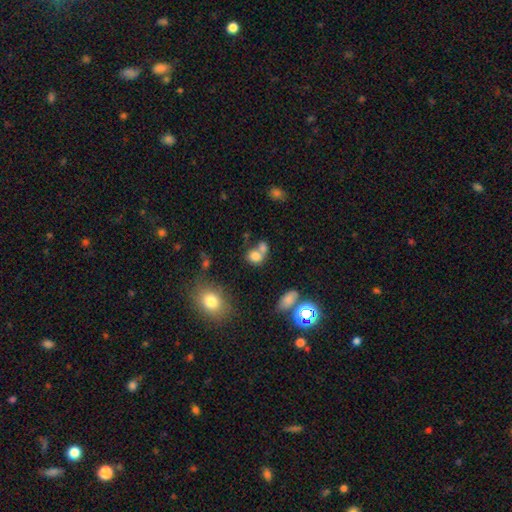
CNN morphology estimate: smooth_or_featured: smooth (p=0.75) [alt: star or artifact p=0.14]
how_rounded: round (p=0.60) [alt: in between p=0.38]
merging: merger (p=0.54) [alt: none p=0.33]